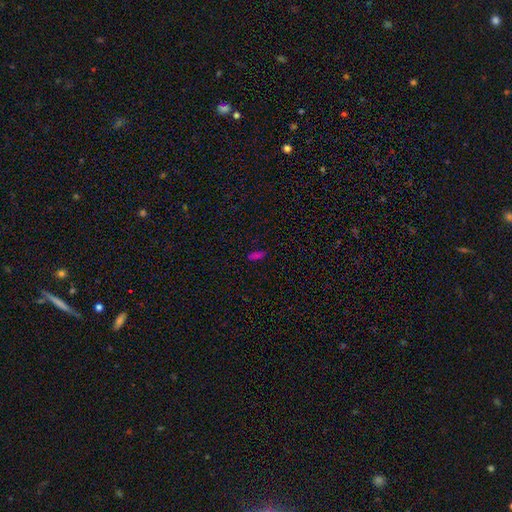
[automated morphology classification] Smooth or featured: smooth — 75% (star or artifact — 18%)
How rounded: in between — 56% (cigar-shaped — 40%)
Merging: none — 83% (minor disturbance — 12%)